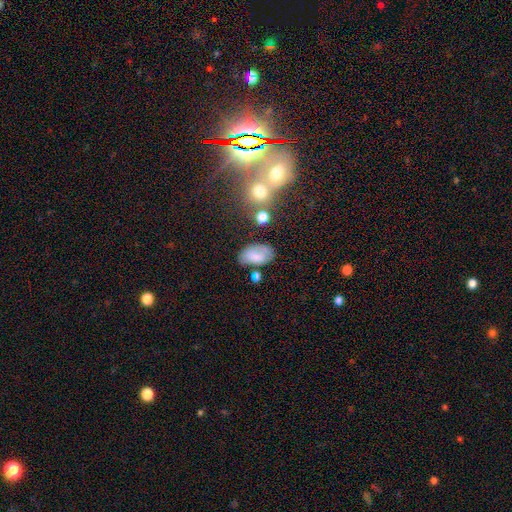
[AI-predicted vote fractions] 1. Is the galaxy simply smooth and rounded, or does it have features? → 72% smooth, 19% featured or disk, 10% star or artifact.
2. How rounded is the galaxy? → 93% in between, 6% round, 2% cigar-shaped.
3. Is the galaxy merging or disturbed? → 58% none, 24% minor disturbance, 10% merger, 8% major disturbance.